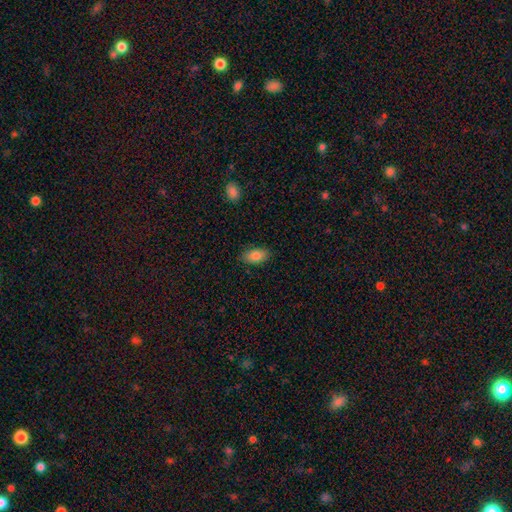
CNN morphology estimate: Overall: smooth (84%). How rounded: in between (93%). Merging: none (86%).